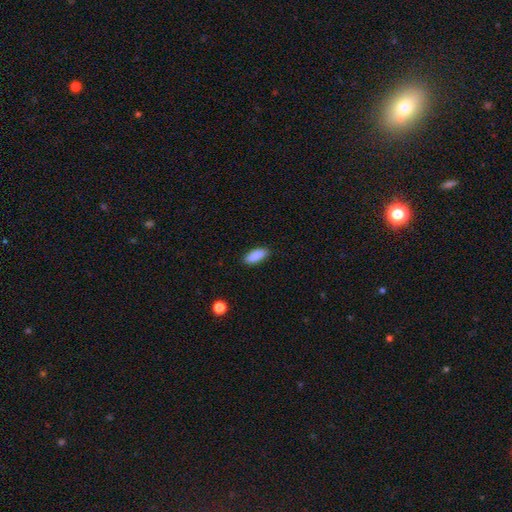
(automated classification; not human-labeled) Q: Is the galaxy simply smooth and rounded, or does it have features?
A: smooth — 89%.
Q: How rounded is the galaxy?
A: in between — 75%.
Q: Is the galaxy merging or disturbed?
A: none — 88%.